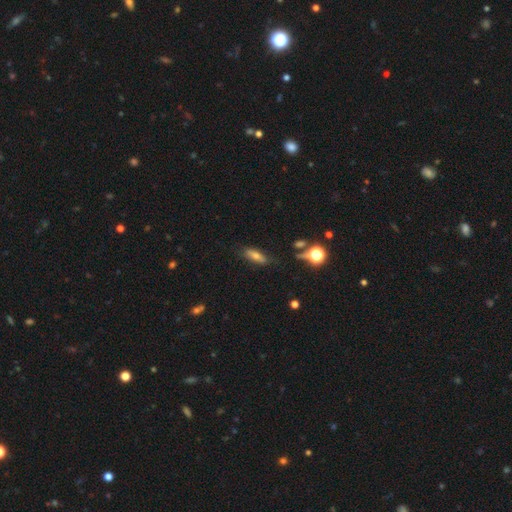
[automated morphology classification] Smooth or featured: smooth — 64% (featured or disk — 22%)
How rounded: in between — 54% (cigar-shaped — 42%)
Merging: none — 78% (minor disturbance — 15%)